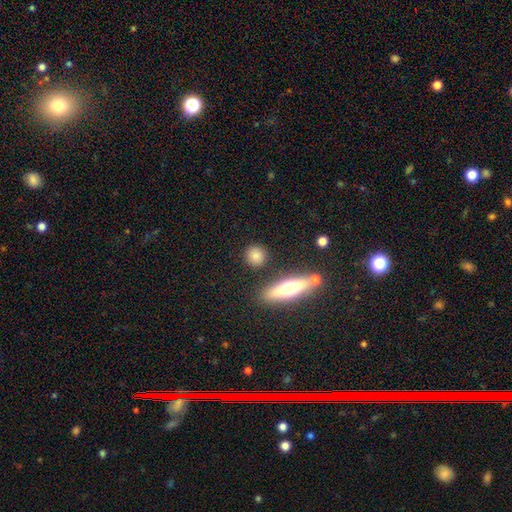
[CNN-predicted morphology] type=smooth (80%); roundness=round (79%); merging=none (85%).